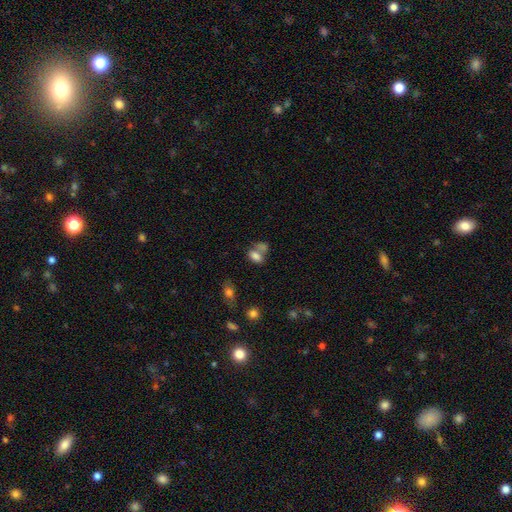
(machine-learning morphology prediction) type=smooth (77%); roundness=in between (82%); merging=merger (51%).